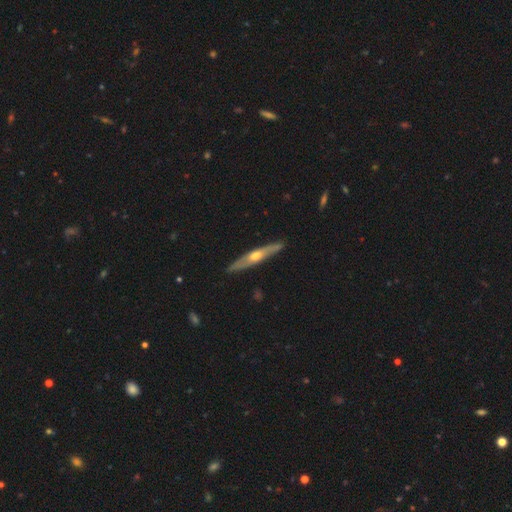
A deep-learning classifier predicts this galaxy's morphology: This is likely a featured or disk galaxy (67%). It is clearly viewed edge-on (92%). Edge-on bulge: clearly rounded (89%). Merging: clearly none (89%).